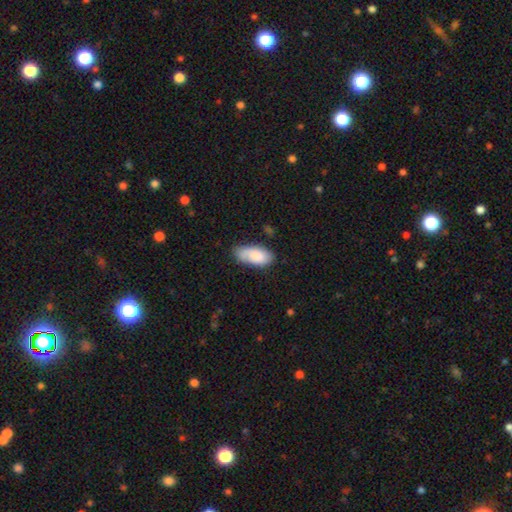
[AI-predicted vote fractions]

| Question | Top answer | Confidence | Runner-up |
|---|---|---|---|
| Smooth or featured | smooth | 82% | featured or disk (12%) |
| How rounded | in between | 92% | cigar-shaped (6%) |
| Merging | none | 63% | minor disturbance (29%) |